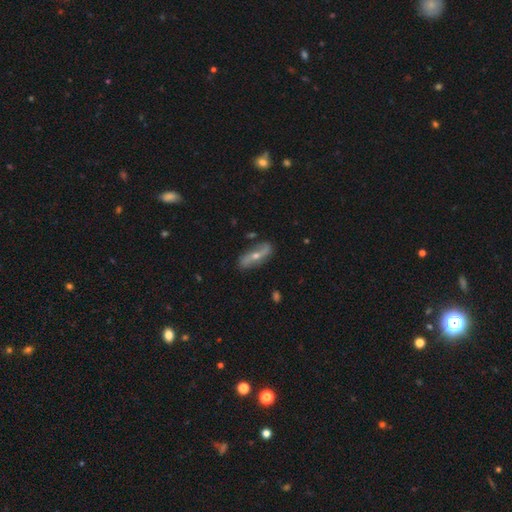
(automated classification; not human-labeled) smooth-or-featured: featured or disk: 71% | smooth: 21% | star or artifact: 8%
  disk-edge-on: no: 75% | yes: 25%
    bar: no: 39% | strong: 33% | weak: 28%
    has-spiral-arms: yes: 81% | no: 19%
    bulge-size: moderate: 52% | small: 43% | large: 2% | none: 1% | dominant: 1%
  merging: none: 81% | minor disturbance: 13% | major disturbance: 4% | merger: 2%